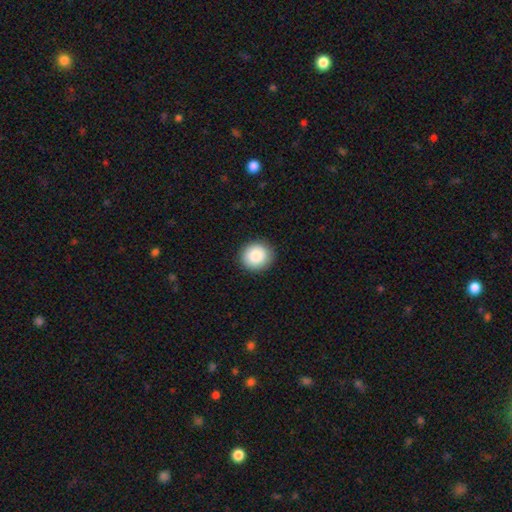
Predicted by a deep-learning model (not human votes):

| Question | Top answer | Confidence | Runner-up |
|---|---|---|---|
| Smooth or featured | smooth | 87% | star or artifact (8%) |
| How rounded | round | 88% | in between (12%) |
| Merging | none | 91% | minor disturbance (7%) |